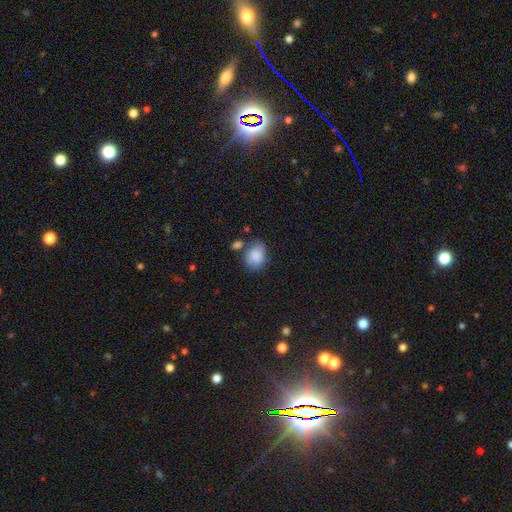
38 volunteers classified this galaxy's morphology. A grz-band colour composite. It shows a smooth galaxy with no disk features (89%) that is round (53%). Merging: none (61%).